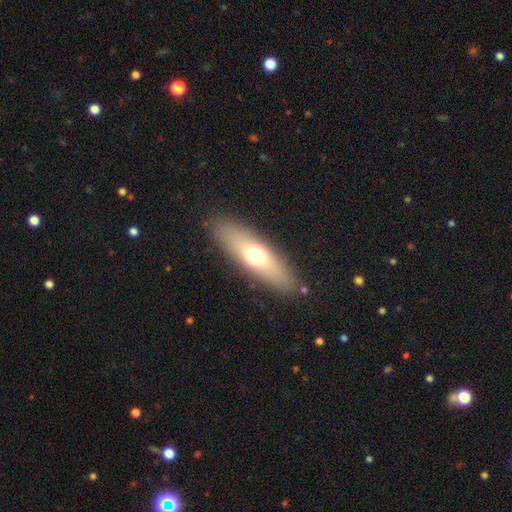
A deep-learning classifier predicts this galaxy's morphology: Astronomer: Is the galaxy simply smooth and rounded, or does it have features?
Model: smooth — 59%.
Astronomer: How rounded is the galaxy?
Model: cigar-shaped — 51% (runner-up: in between, 46%).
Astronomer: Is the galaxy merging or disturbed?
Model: none — 87%.